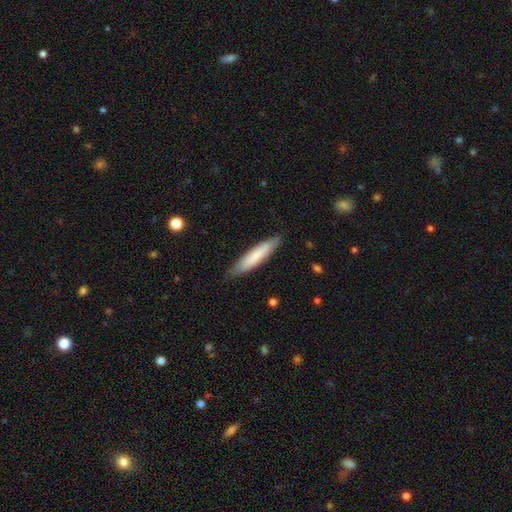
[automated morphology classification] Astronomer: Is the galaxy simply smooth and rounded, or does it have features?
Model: smooth — 74%.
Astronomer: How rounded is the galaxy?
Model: cigar-shaped — 85%.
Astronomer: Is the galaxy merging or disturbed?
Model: none — 84%.